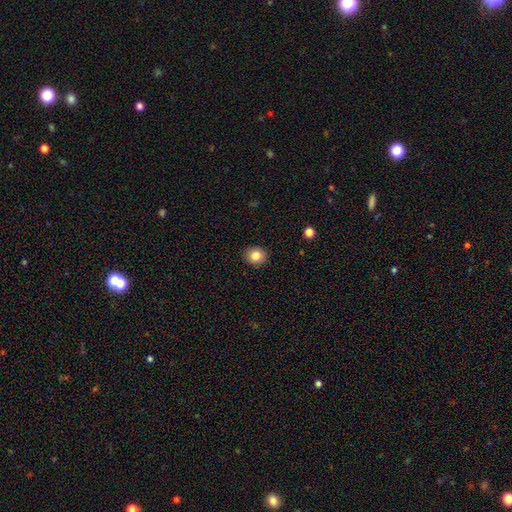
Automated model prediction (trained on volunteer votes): Smooth or featured: smooth — 83% (star or artifact — 10%)
How rounded: round — 75% (in between — 24%)
Merging: none — 90% (minor disturbance — 7%)